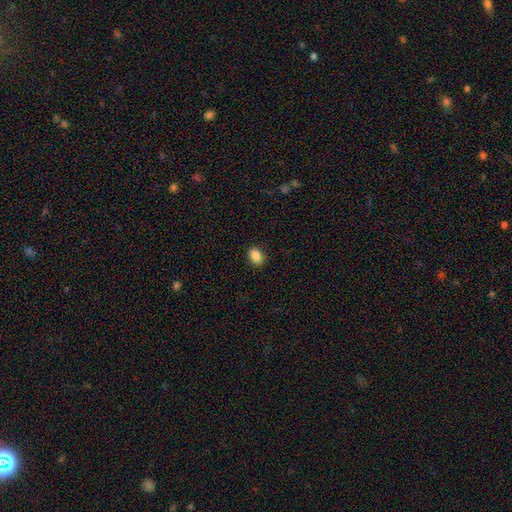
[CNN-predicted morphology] type=smooth (87%); roundness=in between (73%); merging=none (89%).